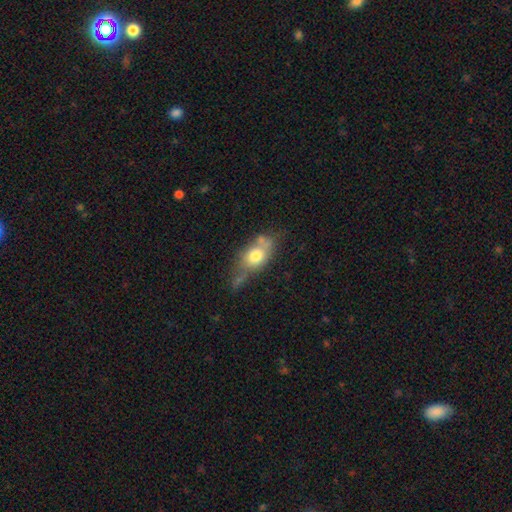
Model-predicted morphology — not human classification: Q: Smooth or featured?
A: smooth (66%); runner-up: featured or disk (26%)
Q: How rounded?
A: in between (78%); runner-up: round (15%)
Q: Merging?
A: none (41%); runner-up: minor disturbance (27%)